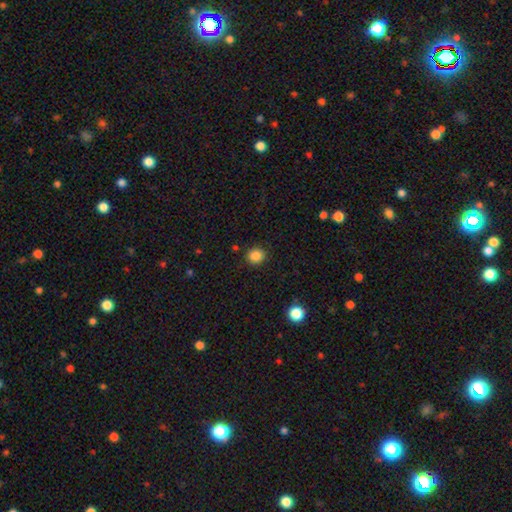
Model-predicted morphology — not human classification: smooth 86%, star or artifact 11%, featured or disk 4%. Down the decision tree: how rounded — round (86%); merging — none (89%).